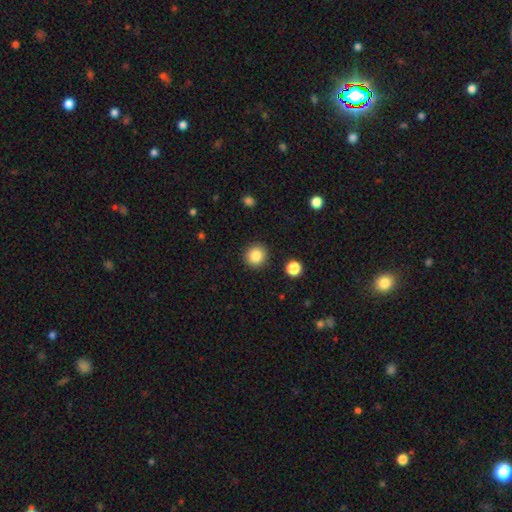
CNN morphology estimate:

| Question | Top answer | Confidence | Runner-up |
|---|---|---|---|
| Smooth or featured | smooth | 85% | star or artifact (10%) |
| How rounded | round | 92% | in between (7%) |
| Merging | none | 90% | minor disturbance (6%) |